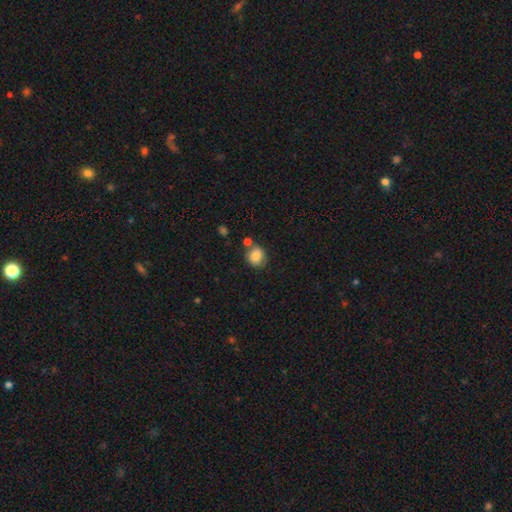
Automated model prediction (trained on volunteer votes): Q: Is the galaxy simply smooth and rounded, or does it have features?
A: smooth — 83%.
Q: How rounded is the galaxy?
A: round — 76%.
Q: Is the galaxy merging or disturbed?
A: none — 67%.